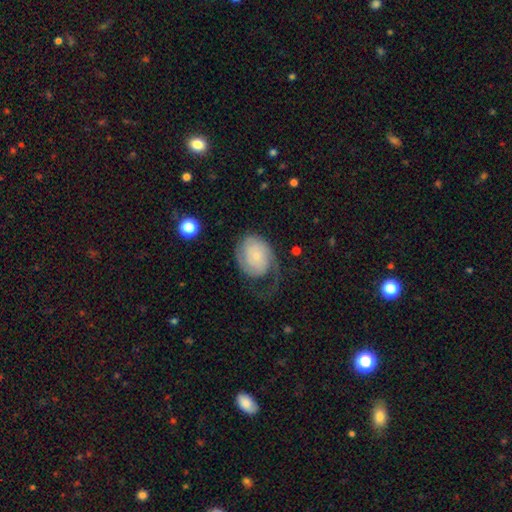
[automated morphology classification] A featured or disk galaxy (63%) with no bar (77%), 2 (37%) tight (48%) spiral arms (88%) and a small central bulge (74%). Merging: none (39%).